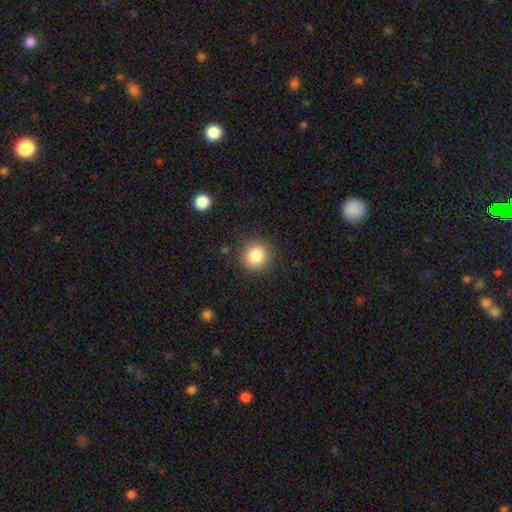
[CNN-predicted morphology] A smooth galaxy with no disk features (85%) that is round (91%). Merging: none (88%).